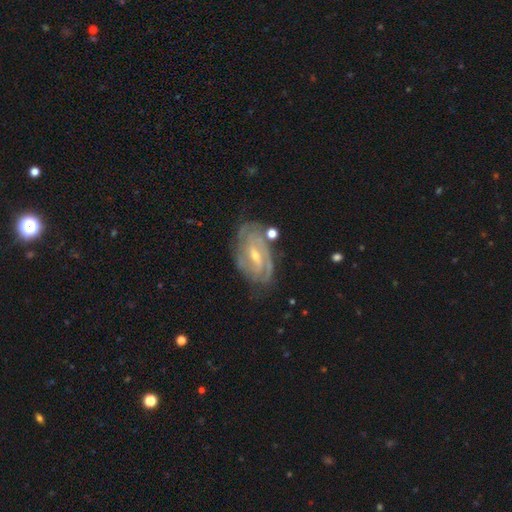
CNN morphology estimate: A featured or disk galaxy (87%) with a weak bar (48%), 2 (39%) tight (67%) spiral arms (96%) and a small central bulge (57%).

Vote fractions:
- Smooth or featured? featured or disk: 87% / smooth: 7% / star or artifact: 6%
- Edge-on disk? no: 95% / yes: 5%
- Bar? weak: 48% / strong: 27% / no: 25%
- Spiral arms? yes: 96% / no: 4%
- Spiral winding? tight: 67% / medium: 28% / loose: 5%
- Spiral arm count? 2: 39% / 3: 25% / can't tell: 20% / 4: 8% / 1: 4% / more than 4: 4%
- Bulge size? small: 57% / moderate: 40% / none: 1% / large: 1% / dominant: 1%
- Merging? none: 73% / minor disturbance: 18% / major disturbance: 5% / merger: 4%